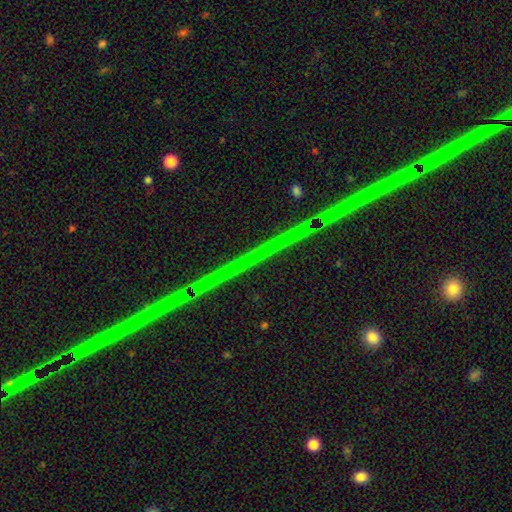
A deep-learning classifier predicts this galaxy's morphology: A star or artifact, not a galaxy (85%).

Vote fractions:
- Smooth or featured? star or artifact: 85% / featured or disk: 10% / smooth: 5%